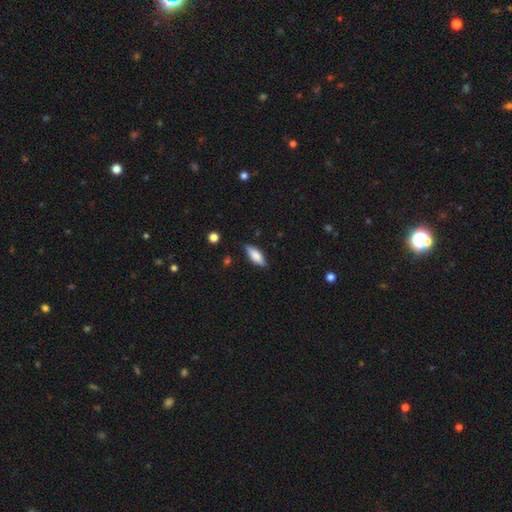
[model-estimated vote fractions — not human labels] Q: Smooth or featured?
A: smooth (73%); runner-up: featured or disk (20%)
Q: How rounded?
A: in between (66%); runner-up: cigar-shaped (32%)
Q: Merging?
A: none (84%); runner-up: minor disturbance (12%)